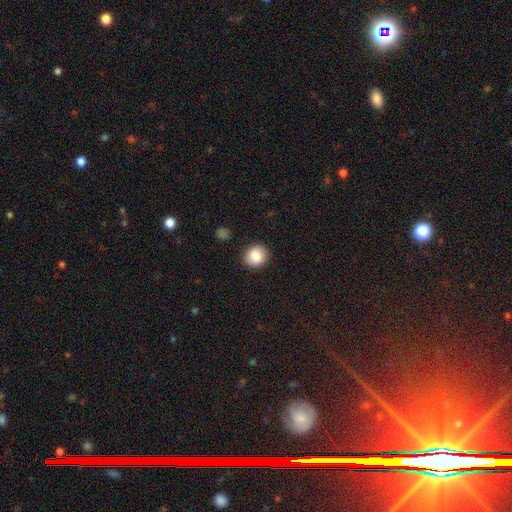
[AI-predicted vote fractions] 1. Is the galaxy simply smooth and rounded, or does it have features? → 86% smooth, 8% star or artifact, 6% featured or disk.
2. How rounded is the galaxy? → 78% round, 21% in between, 1% cigar-shaped.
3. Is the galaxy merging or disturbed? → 87% none, 9% minor disturbance, 2% major disturbance, 1% merger.